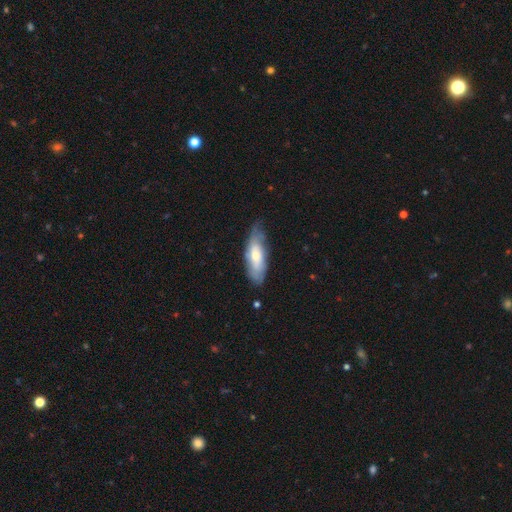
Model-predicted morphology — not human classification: Overall: smooth (56%; featured or disk 38%). How rounded: in between (66%; cigar-shaped 32%). Merging: none (64%; minor disturbance 28%).